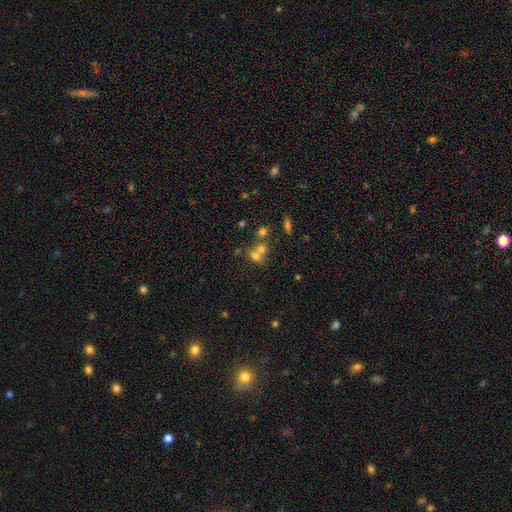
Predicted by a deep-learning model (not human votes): smooth 65%, featured or disk 18%, star or artifact 17%. Down the decision tree: how rounded — round (61%); merging — merger (57%).